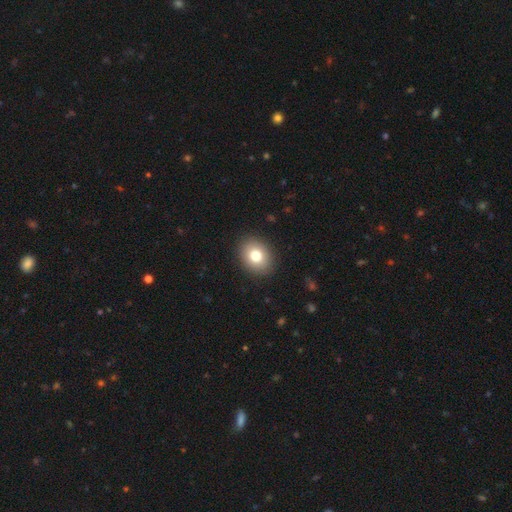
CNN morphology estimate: Smooth or featured: smooth — 80% (featured or disk — 11%)
How rounded: in between — 54% (round — 45%)
Merging: none — 90% (minor disturbance — 7%)